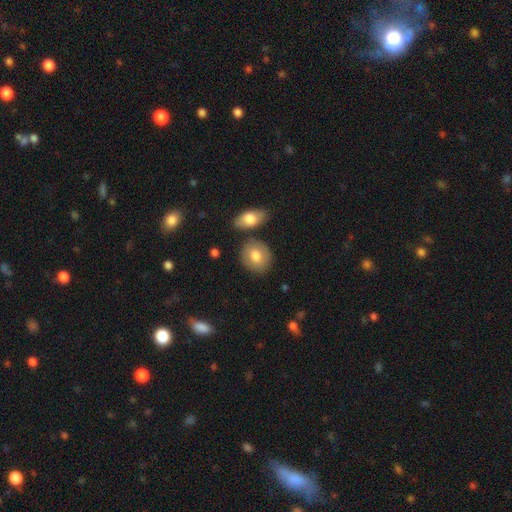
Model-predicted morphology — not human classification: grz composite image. It shows a smooth galaxy with no disk features (77%) that is round (68%). Merging: none (78%).